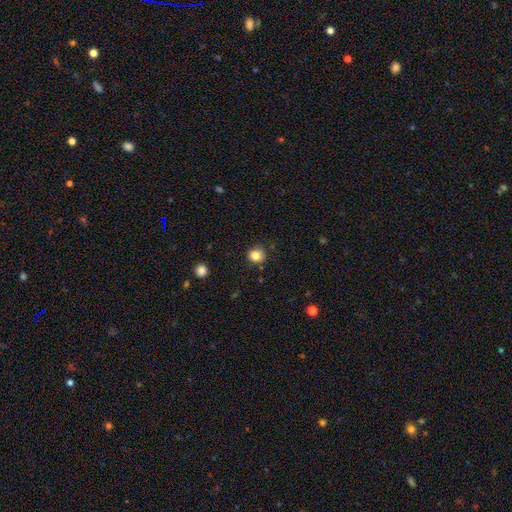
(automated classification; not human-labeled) Q: Smooth or featured?
A: smooth (82%); runner-up: star or artifact (12%)
Q: How rounded?
A: round (86%); runner-up: in between (13%)
Q: Merging?
A: none (82%); runner-up: minor disturbance (13%)